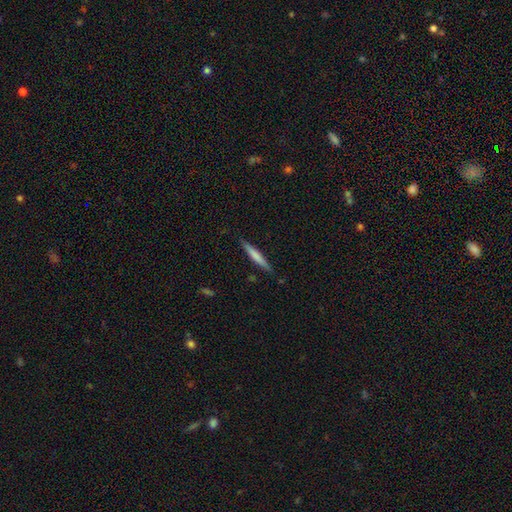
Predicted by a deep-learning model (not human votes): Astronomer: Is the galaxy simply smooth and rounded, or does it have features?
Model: smooth — 63%.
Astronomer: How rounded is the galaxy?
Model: cigar-shaped — 95%.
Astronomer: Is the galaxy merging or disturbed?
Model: none — 87%.